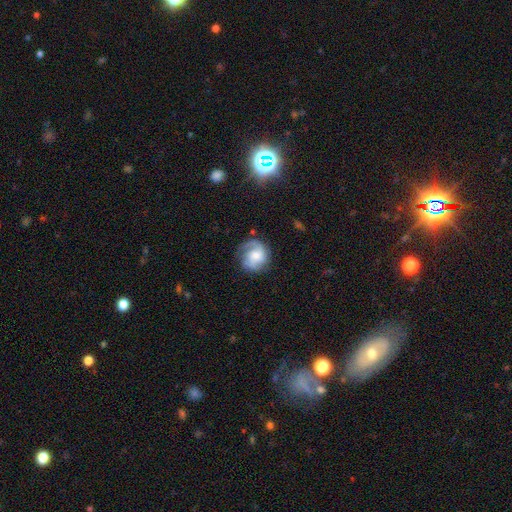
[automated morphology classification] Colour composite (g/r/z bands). It shows a featured or disk galaxy (65%) with no bar (65%), 2 (46%) medium (41%) spiral arms (91%) and a moderate central bulge (49%). Merging: none (65%).